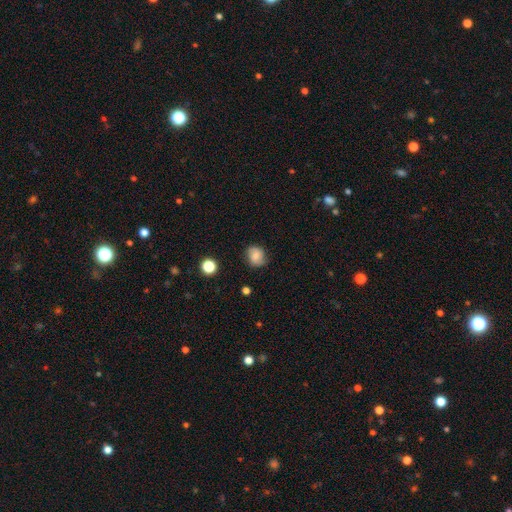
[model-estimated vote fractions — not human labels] A smooth galaxy with no disk features (73%) that is round (74%).

Vote fractions:
- Smooth or featured? smooth: 73% / featured or disk: 16% / star or artifact: 11%
- How rounded? round: 74% / in between: 25% / cigar-shaped: 1%
- Merging? none: 77% / minor disturbance: 18% / major disturbance: 4% / merger: 1%